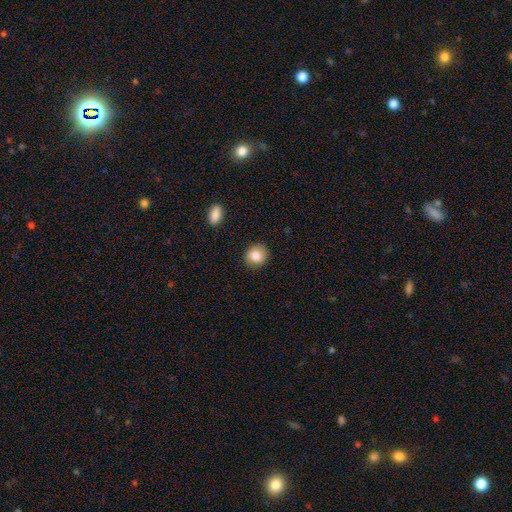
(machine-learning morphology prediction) Smooth or featured? smooth (83%)
How rounded? round (84%)
Merging? none (89%)